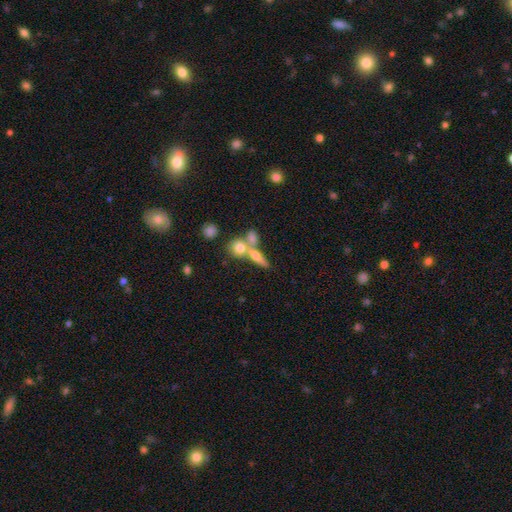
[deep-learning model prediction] smooth-or-featured: smooth: 58% | featured or disk: 31% | star or artifact: 11%
  how-rounded: cigar-shaped: 39% | in between: 38% | round: 23%
  merging: merger: 46% | none: 40% | minor disturbance: 9% | major disturbance: 5%